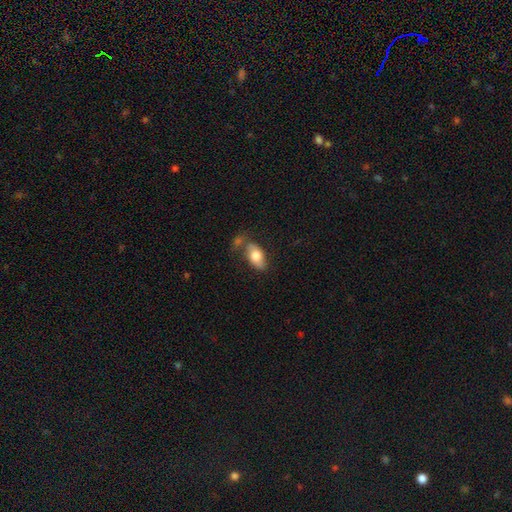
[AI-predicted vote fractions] A smooth galaxy with no disk features (69%) that is in between round and cigar-shaped (89%). Merging: none (53%).